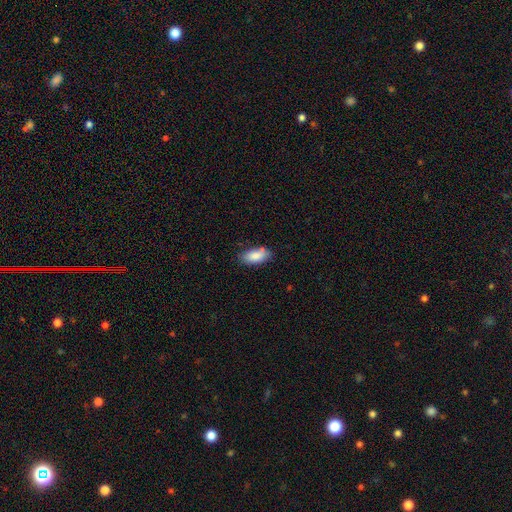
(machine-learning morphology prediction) The model was most divided on "merging": none: 76%, minor disturbance: 18%, major disturbance: 3%, merger: 2%. More confident: how rounded — in between (90%); smooth or featured — smooth (87%).